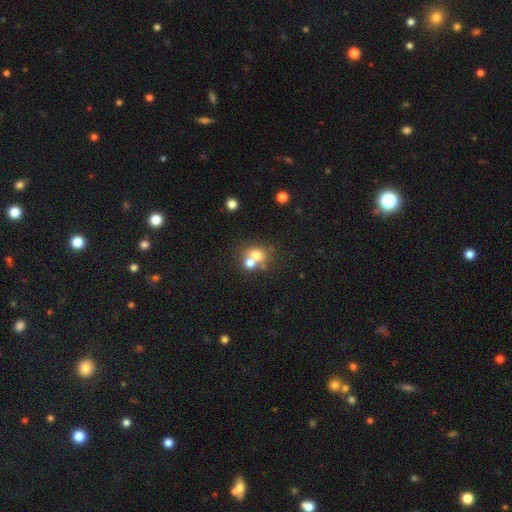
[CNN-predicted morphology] This is likely a smooth galaxy (68%). How rounded: likely round (74%). Merging: possibly merger (49%).